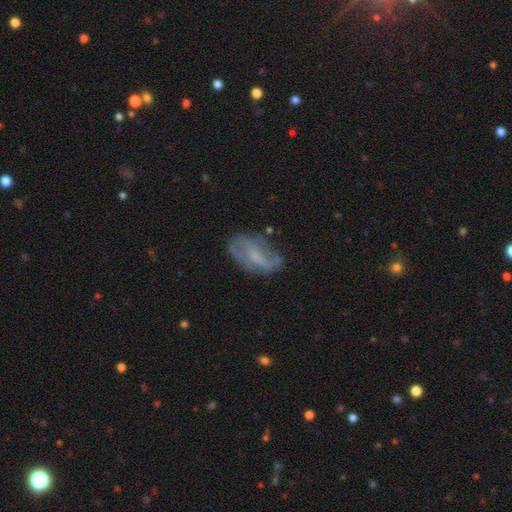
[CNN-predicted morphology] smooth_or_featured: featured or disk (p=0.60) [alt: smooth p=0.32]
disk_edge_on: no (p=0.94) [alt: yes p=0.06]
bar: weak (p=0.46) [alt: no p=0.40]
has_spiral_arms: yes (p=0.69) [alt: no p=0.31]
bulge_size: none (p=0.35) [alt: small p=0.34]
merging: none (p=0.53) [alt: minor disturbance p=0.26]